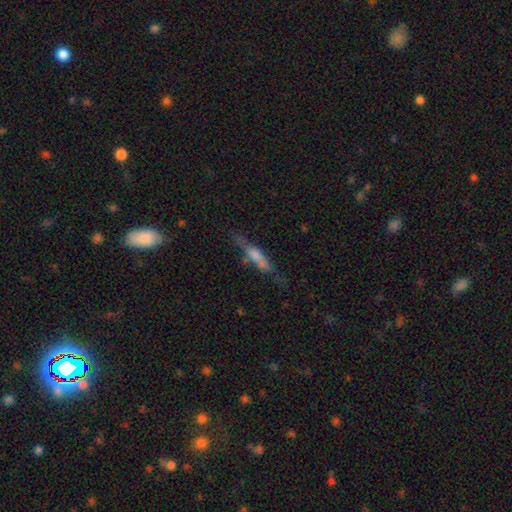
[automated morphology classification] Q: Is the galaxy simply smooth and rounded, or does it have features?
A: featured or disk — 47%.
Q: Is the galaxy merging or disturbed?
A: none — 58%.